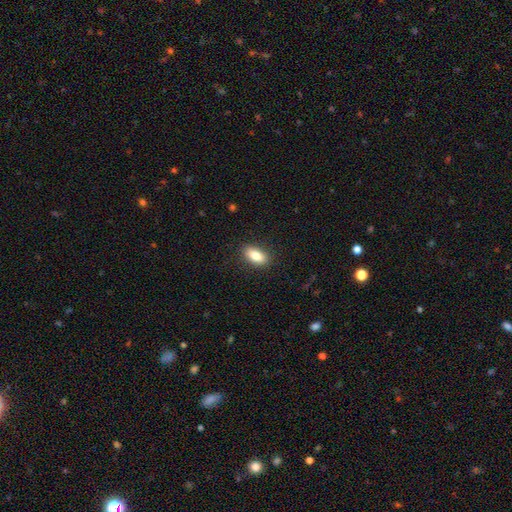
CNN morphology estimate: smooth_or_featured: smooth (p=0.84) [alt: featured or disk p=0.09]
how_rounded: in between (p=0.88) [alt: cigar-shaped p=0.07]
merging: none (p=0.87) [alt: minor disturbance p=0.09]